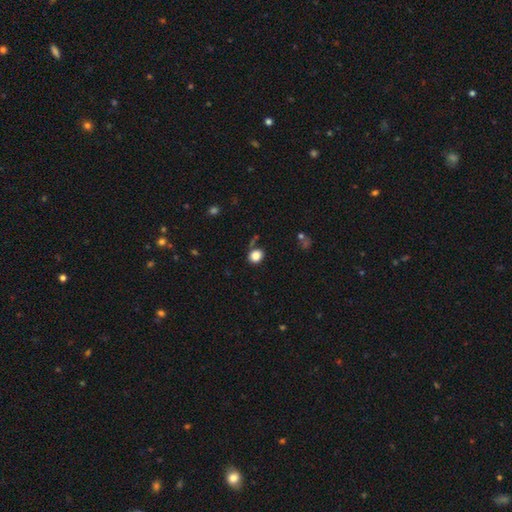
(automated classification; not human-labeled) This appears to be a smooth galaxy with no disk features (85%) that is round (66%). Merging: none (77%).